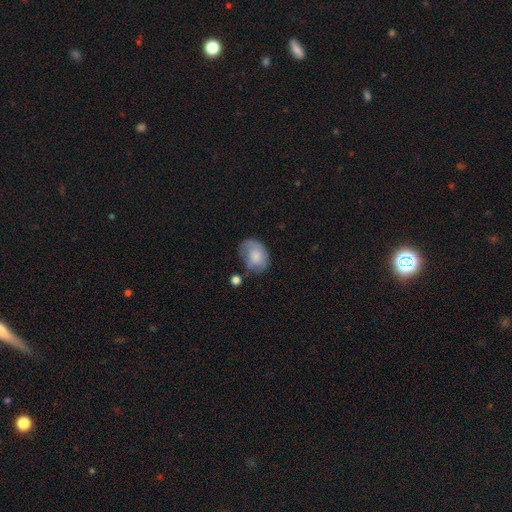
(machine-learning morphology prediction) A smooth galaxy with no disk features (68%) that is in between round and cigar-shaped (65%).

Vote fractions:
- Smooth or featured? smooth: 68% / featured or disk: 25% / star or artifact: 7%
- How rounded? in between: 65% / round: 34% / cigar-shaped: 1%
- Merging? none: 42% / minor disturbance: 33% / major disturbance: 18% / merger: 7%